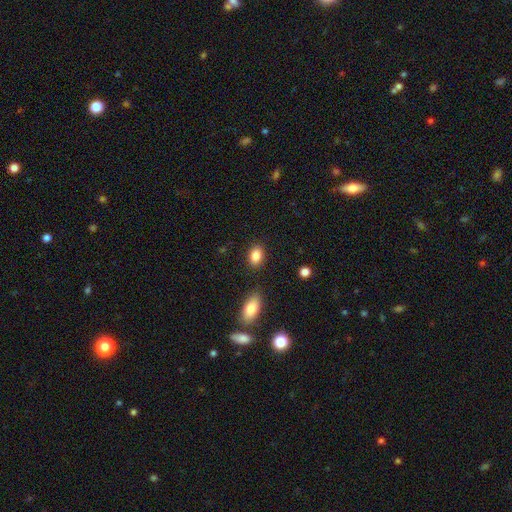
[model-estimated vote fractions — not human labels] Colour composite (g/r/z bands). It shows a smooth galaxy with no disk features (86%) that is in between round and cigar-shaped (79%). Merging: none (85%).